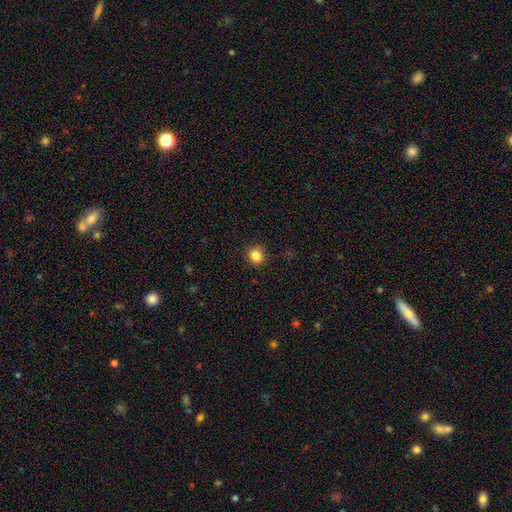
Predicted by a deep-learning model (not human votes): A smooth galaxy with no disk features (85%) that is round (91%).

Vote fractions:
- Smooth or featured? smooth: 85% / star or artifact: 11% / featured or disk: 4%
- How rounded? round: 91% / in between: 8% / cigar-shaped: 1%
- Merging? none: 88% / minor disturbance: 8% / major disturbance: 2% / merger: 1%